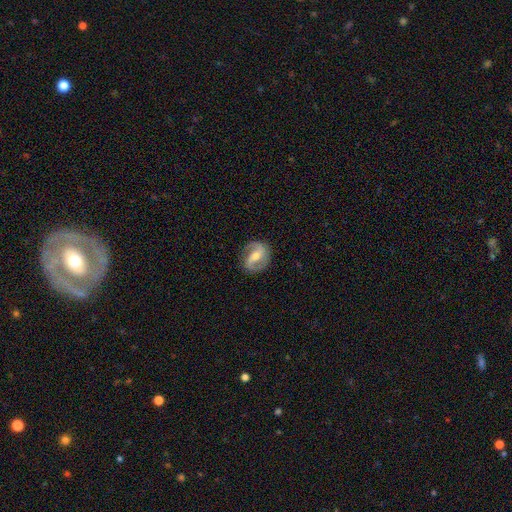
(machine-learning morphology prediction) Smooth or featured? featured or disk (84%)
Edge-on disk? no (97%)
Bar? weak (42%)
Spiral arms? yes (95%)
Spiral winding? medium (49%)
Spiral arm count? 2 (91%)
Bulge size? moderate (55%)
Merging? none (83%)